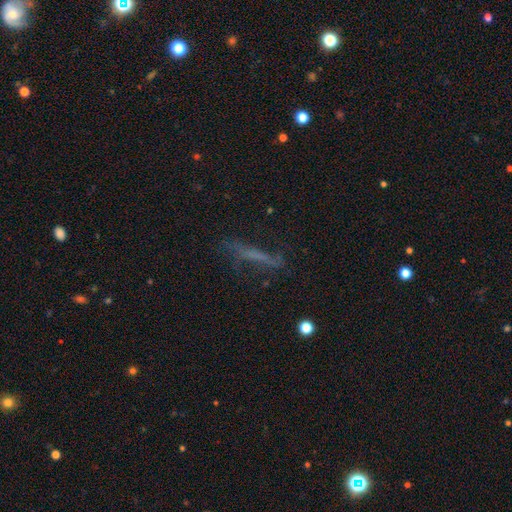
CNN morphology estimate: Smooth or featured: smooth — 43% (featured or disk — 40%)
Merging: none — 67% (minor disturbance — 19%)